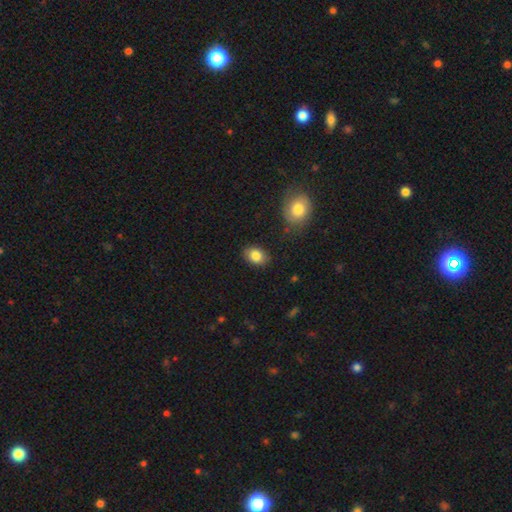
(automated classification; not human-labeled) smooth 85%, featured or disk 8%, star or artifact 8%. Down the decision tree: how rounded — in between (76%); merging — none (85%).